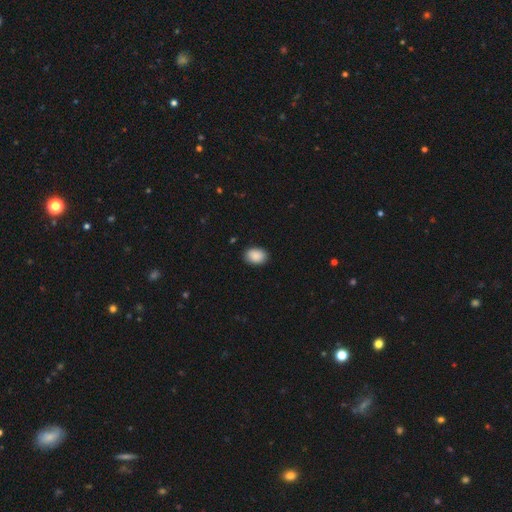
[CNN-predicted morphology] Smooth or featured: smooth — 90% (star or artifact — 7%)
How rounded: in between — 78% (round — 21%)
Merging: none — 87% (minor disturbance — 10%)